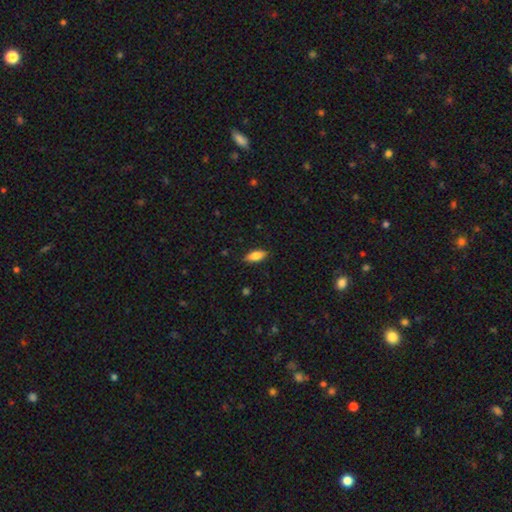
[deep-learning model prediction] smooth_or_featured: smooth (p=0.80) [alt: featured or disk p=0.13]
how_rounded: in between (p=0.80) [alt: cigar-shaped p=0.17]
merging: none (p=0.86) [alt: minor disturbance p=0.10]